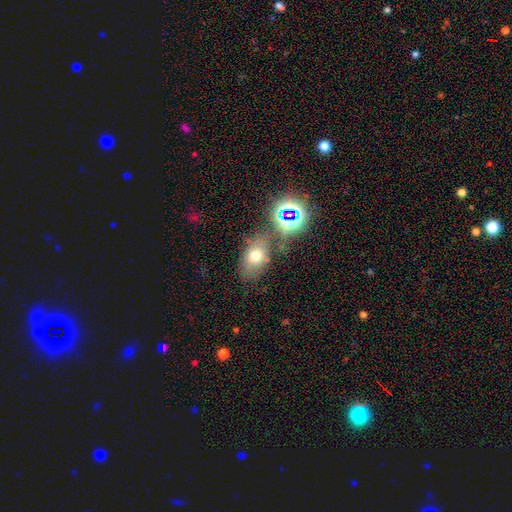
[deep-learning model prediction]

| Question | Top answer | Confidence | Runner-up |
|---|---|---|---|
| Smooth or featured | smooth | 63% | star or artifact (20%) |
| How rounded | in between | 79% | round (19%) |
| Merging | none | 64% | minor disturbance (16%) |